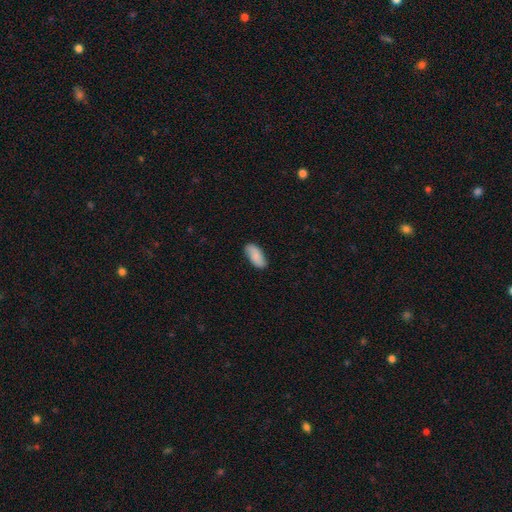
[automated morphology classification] smooth-or-featured: smooth: 81% | featured or disk: 13% | star or artifact: 6%
  how-rounded: in between: 87% | cigar-shaped: 11% | round: 2%
  merging: none: 81% | minor disturbance: 15% | major disturbance: 3% | merger: 1%